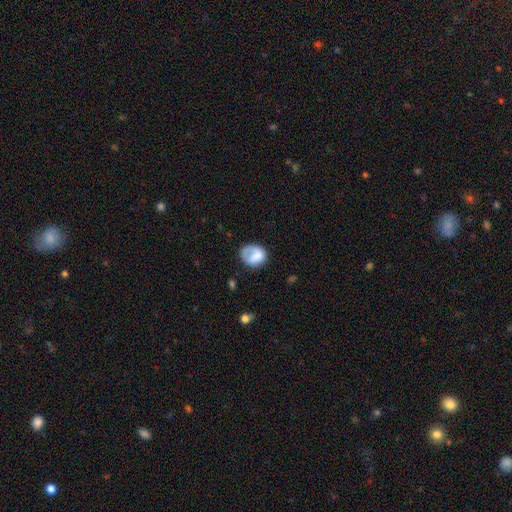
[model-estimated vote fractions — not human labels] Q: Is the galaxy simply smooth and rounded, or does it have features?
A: smooth — 70%.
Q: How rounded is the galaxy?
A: round — 58%.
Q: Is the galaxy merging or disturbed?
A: none — 50%.